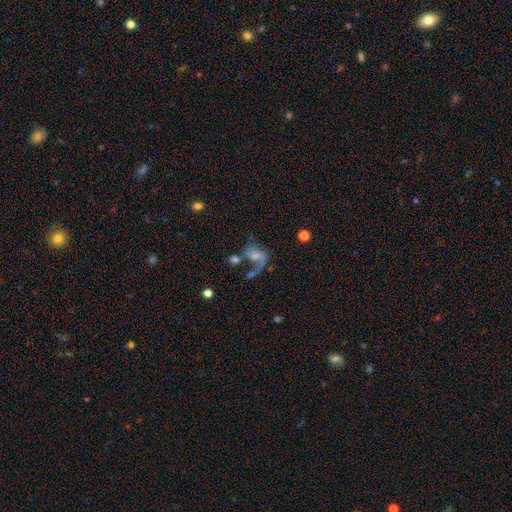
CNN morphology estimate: Smooth or featured: featured or disk — 50% (smooth — 36%)
Edge-on disk: no — 97% (yes — 3%)
Merging: major disturbance — 36% (merger — 27%)